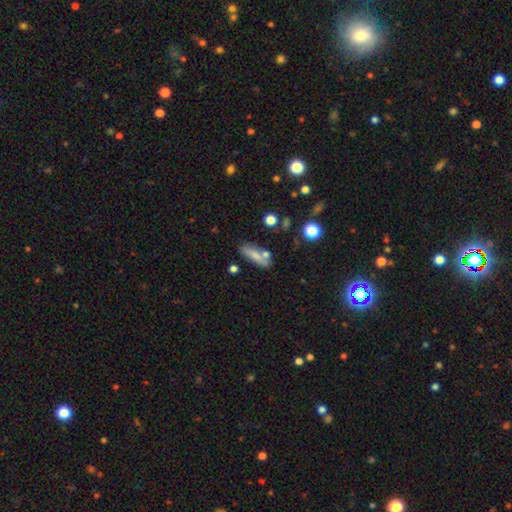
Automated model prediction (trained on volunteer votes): Smooth or featured? Predicted: smooth (p=0.74). How rounded? Predicted: in between (p=0.50). Merging? Predicted: none (p=0.66).